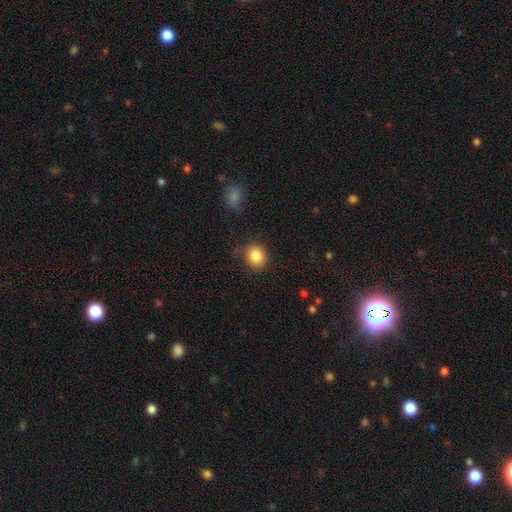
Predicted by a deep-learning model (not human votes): This appears to be a smooth galaxy with no disk features (85%) that is round (69%). Merging: none (83%).